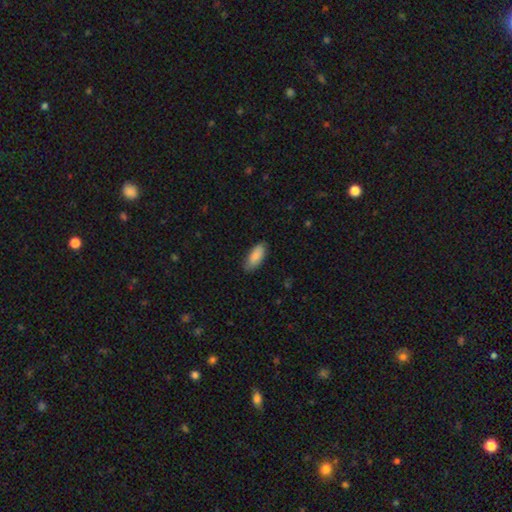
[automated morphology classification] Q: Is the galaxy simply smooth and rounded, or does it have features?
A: smooth — 87%.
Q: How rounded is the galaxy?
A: in between — 84%.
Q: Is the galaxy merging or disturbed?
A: none — 83%.